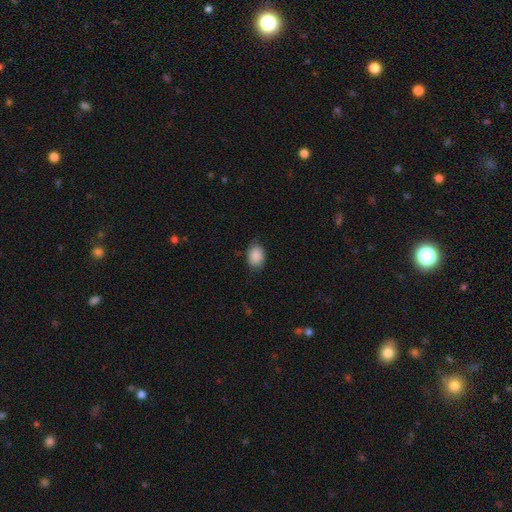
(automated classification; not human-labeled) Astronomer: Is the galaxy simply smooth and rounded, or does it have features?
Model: smooth — 89%.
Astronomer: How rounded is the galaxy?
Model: in between — 77%.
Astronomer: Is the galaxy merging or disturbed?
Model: none — 77%.